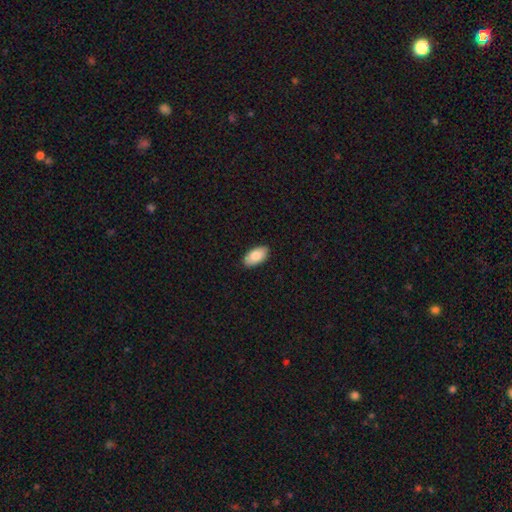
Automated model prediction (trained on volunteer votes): Smooth or featured? smooth (86%)
How rounded? in between (95%)
Merging? none (90%)